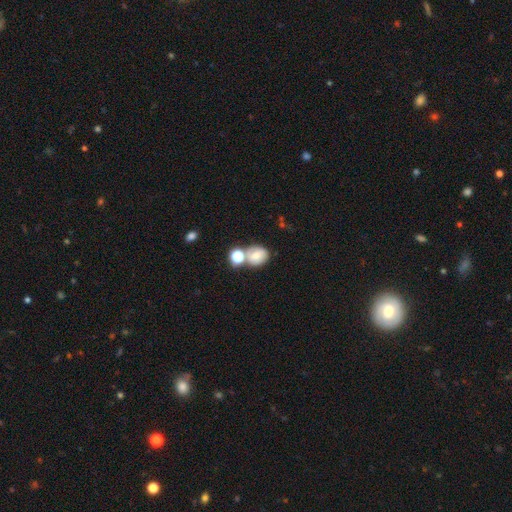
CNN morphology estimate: smooth 68%, featured or disk 18%, star or artifact 14%. Down the decision tree: how rounded — round (60%); merging — none (44%).